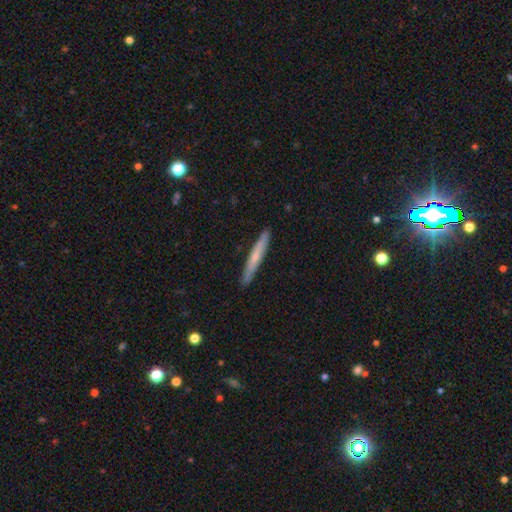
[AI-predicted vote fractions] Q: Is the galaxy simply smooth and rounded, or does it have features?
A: smooth — 56%.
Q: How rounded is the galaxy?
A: cigar-shaped — 96%.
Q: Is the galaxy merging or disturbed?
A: none — 89%.